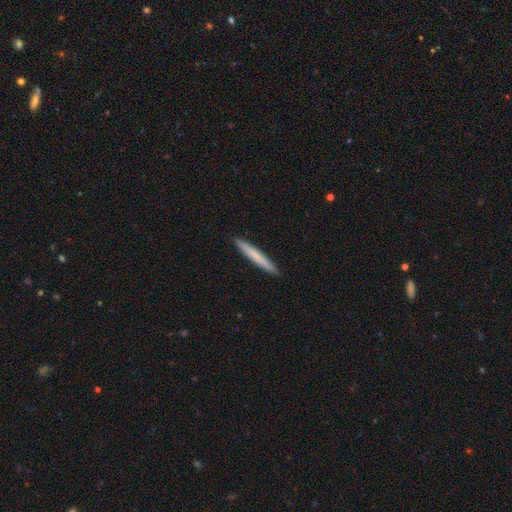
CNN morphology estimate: This appears to be a smooth galaxy with no disk features (71%) that is cigar-shaped (96%). Merging: none (93%).